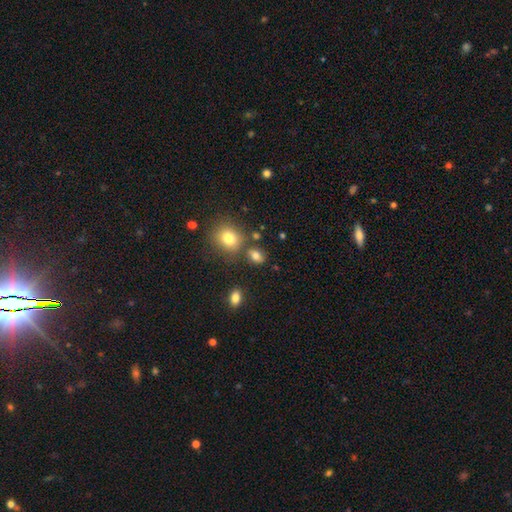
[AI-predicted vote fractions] Smooth or featured? smooth (79%)
How rounded? in between (68%)
Merging? none (73%)